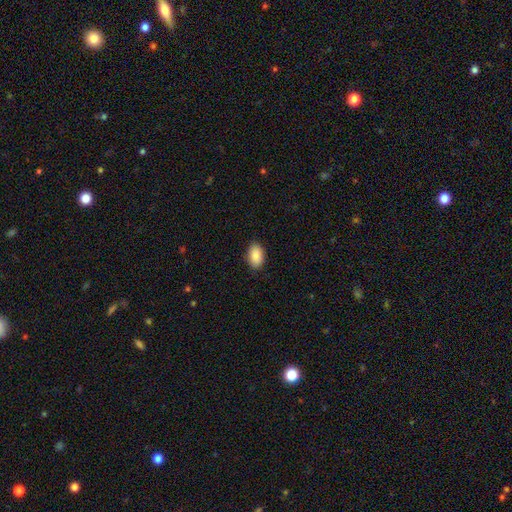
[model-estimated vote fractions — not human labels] Smooth or featured? smooth (89%)
How rounded? in between (91%)
Merging? none (88%)